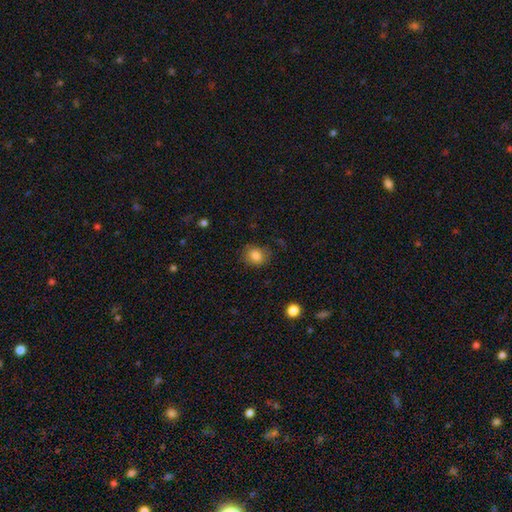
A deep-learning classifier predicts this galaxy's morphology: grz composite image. It shows a smooth galaxy with no disk features (83%) that is round (63%). Merging: none (80%).